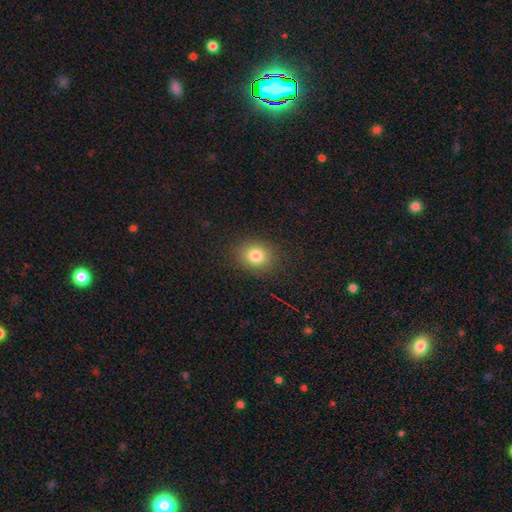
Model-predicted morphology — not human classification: Smooth or featured: smooth — 80% (star or artifact — 12%)
How rounded: round — 60% (in between — 39%)
Merging: none — 87% (minor disturbance — 9%)